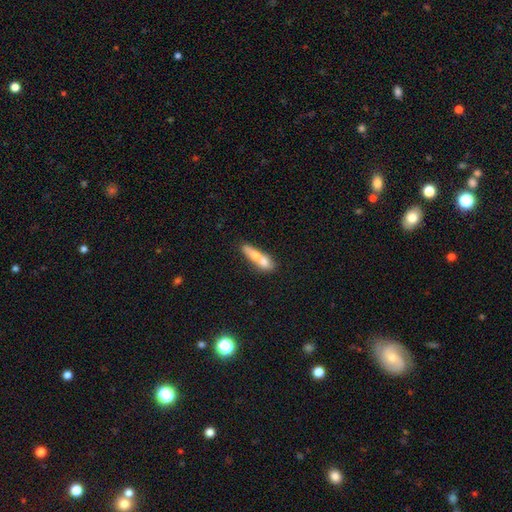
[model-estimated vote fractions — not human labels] This appears to be a smooth galaxy with no disk features (60%) that is cigar-shaped (61%). Merging: merger (55%).